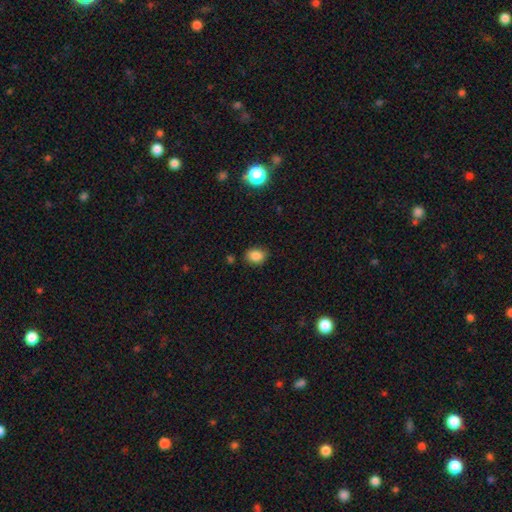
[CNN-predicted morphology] smooth_or_featured: smooth (p=0.86) [alt: star or artifact p=0.10]
how_rounded: in between (p=0.54) [alt: round p=0.45]
merging: none (p=0.82) [alt: minor disturbance p=0.12]